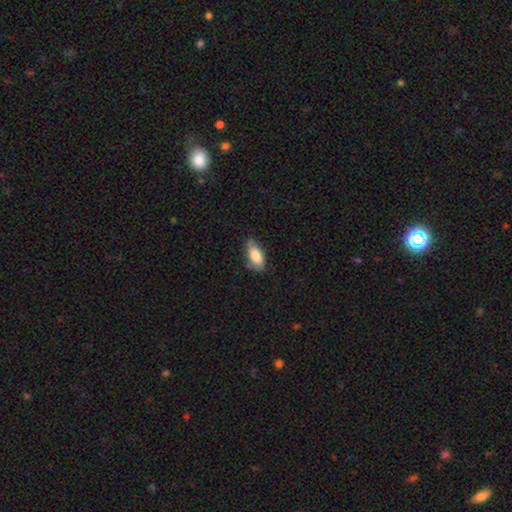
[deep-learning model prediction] smooth_or_featured: smooth (p=0.82) [alt: featured or disk p=0.12]
how_rounded: in between (p=0.86) [alt: cigar-shaped p=0.12]
merging: none (p=0.70) [alt: minor disturbance p=0.24]